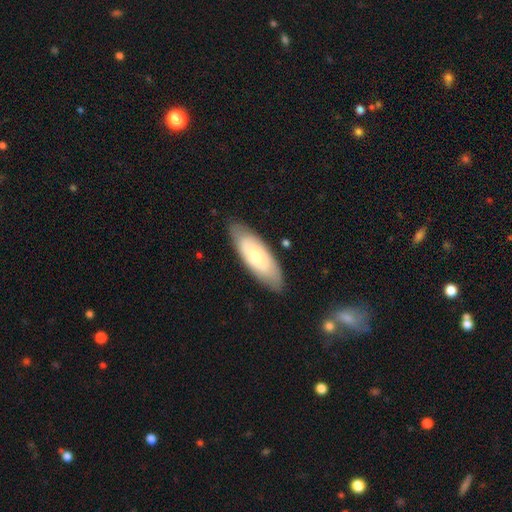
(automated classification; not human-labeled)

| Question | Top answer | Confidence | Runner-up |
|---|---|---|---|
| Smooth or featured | smooth | 60% | featured or disk (35%) |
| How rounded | in between | 69% | cigar-shaped (29%) |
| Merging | none | 82% | minor disturbance (14%) |